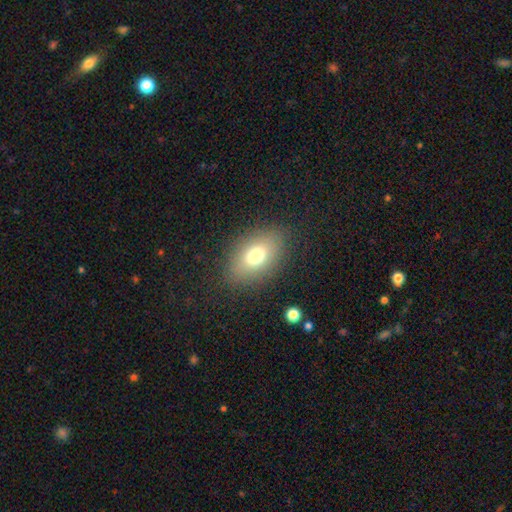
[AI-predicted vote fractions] Smooth or featured?
  - smooth: 74% *
  - featured or disk: 15%
  - star or artifact: 11%
How rounded?
  - in between: 87% *
  - round: 11%
  - cigar-shaped: 3%
Merging?
  - none: 84% *
  - minor disturbance: 11%
  - major disturbance: 4%
  - merger: 1%